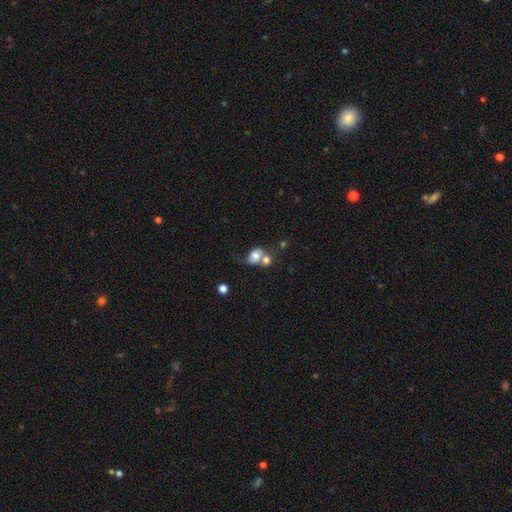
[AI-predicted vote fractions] smooth 66%, featured or disk 24%, star or artifact 10%. Down the decision tree: how rounded — in between (50%); merging — merger (53%).